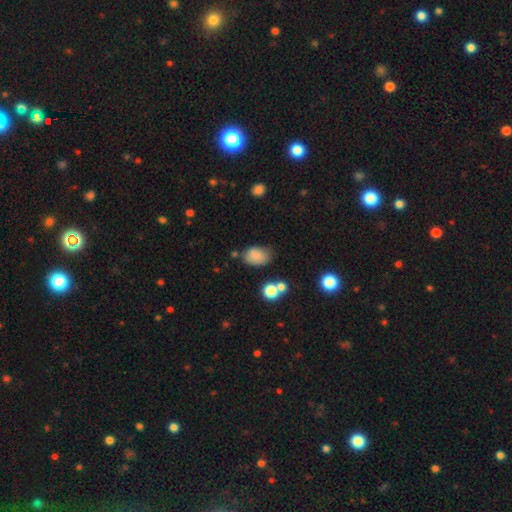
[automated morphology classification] Q: Smooth or featured?
A: smooth (82%); runner-up: star or artifact (10%)
Q: How rounded?
A: in between (84%); runner-up: round (15%)
Q: Merging?
A: none (62%); runner-up: minor disturbance (25%)